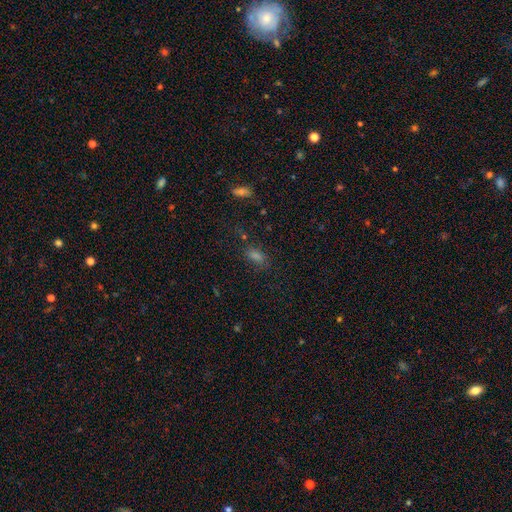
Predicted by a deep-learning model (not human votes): A smooth galaxy with no disk features (60%) that is in between round and cigar-shaped (78%). Merging: none (70%).